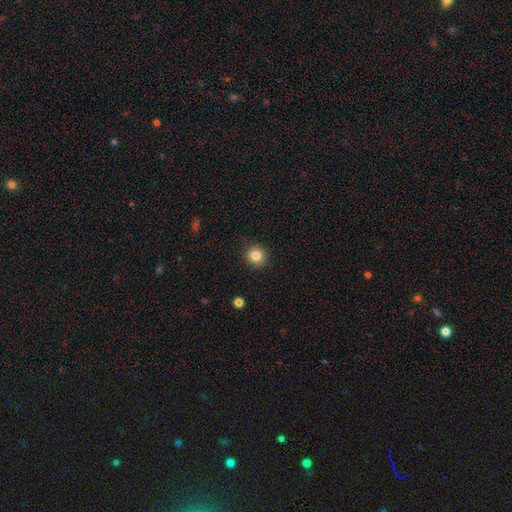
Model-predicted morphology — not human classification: Q: Smooth or featured?
A: smooth (84%); runner-up: star or artifact (11%)
Q: How rounded?
A: round (93%); runner-up: in between (6%)
Q: Merging?
A: none (91%); runner-up: minor disturbance (6%)